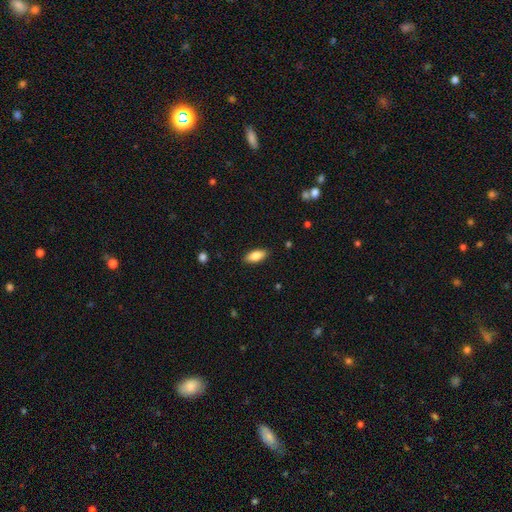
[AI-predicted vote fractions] Smooth or featured? smooth (83%)
How rounded? in between (84%)
Merging? none (88%)